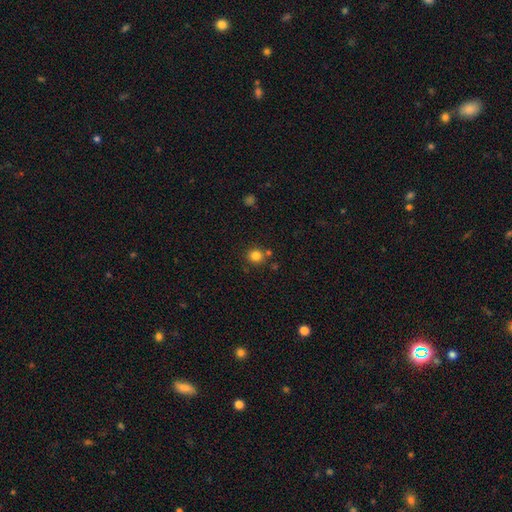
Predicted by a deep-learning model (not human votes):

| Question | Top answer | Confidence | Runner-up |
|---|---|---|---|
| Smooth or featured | smooth | 82% | star or artifact (13%) |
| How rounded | round | 89% | in between (10%) |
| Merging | none | 81% | merger (8%) |